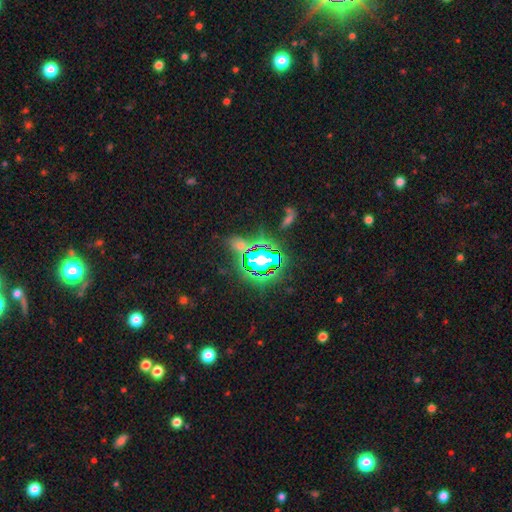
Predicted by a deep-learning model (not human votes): Q: Smooth or featured?
A: star or artifact (81%); runner-up: smooth (12%)